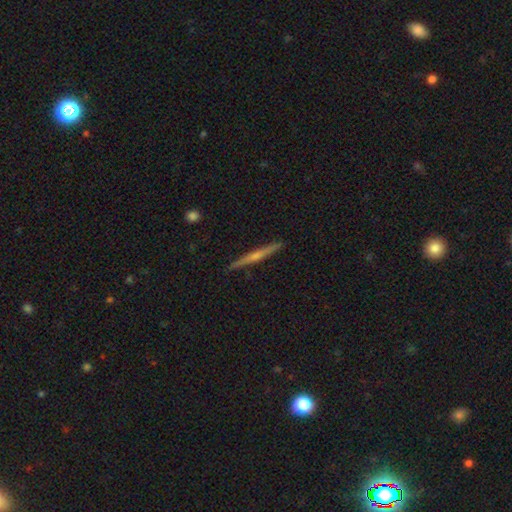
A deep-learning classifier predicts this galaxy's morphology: smooth-or-featured: featured or disk: 64% | smooth: 30% | star or artifact: 6%
  disk-edge-on: yes: 98% | no: 2%
    edge-on-bulge: rounded: 61% | none: 32% | boxy: 8%
  merging: none: 91% | minor disturbance: 6% | major disturbance: 1% | merger: 1%